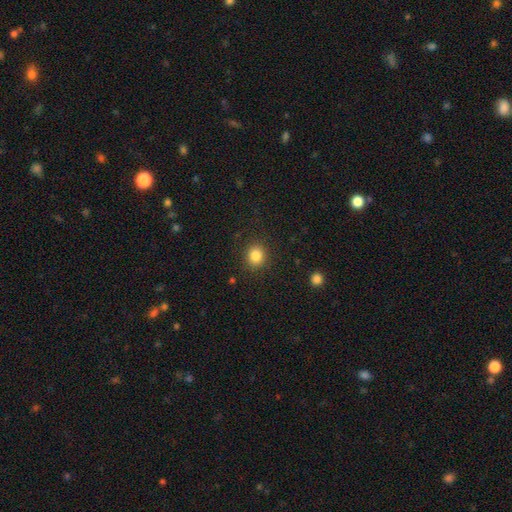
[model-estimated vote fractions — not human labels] Q: Smooth or featured?
A: smooth (84%); runner-up: star or artifact (11%)
Q: How rounded?
A: round (80%); runner-up: in between (19%)
Q: Merging?
A: none (88%); runner-up: minor disturbance (8%)